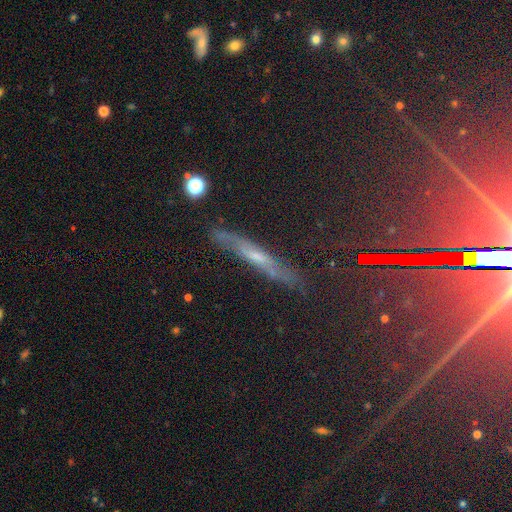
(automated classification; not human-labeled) smooth-or-featured: featured or disk: 44% | smooth: 31% | star or artifact: 25%
  merging: none: 78% | minor disturbance: 15% | major disturbance: 4% | merger: 3%